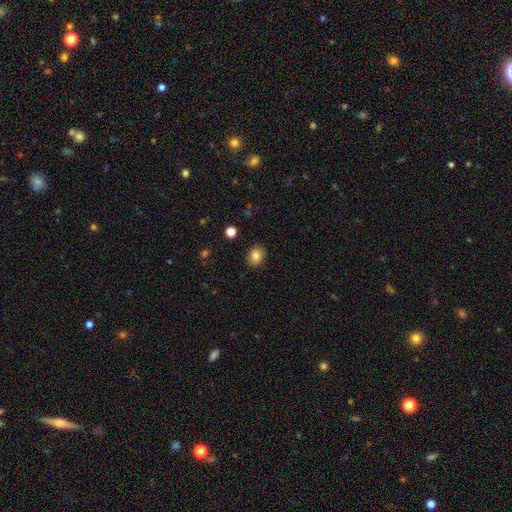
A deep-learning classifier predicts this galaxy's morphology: A smooth galaxy with no disk features (84%) that is round (50%). Merging: none (89%).